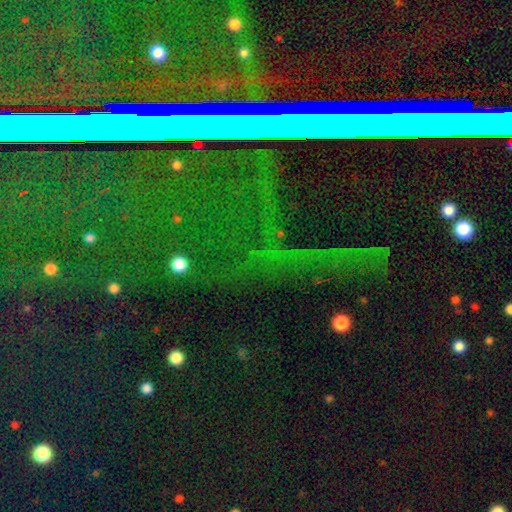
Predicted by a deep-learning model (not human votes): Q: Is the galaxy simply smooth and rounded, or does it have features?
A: star or artifact — 75%.